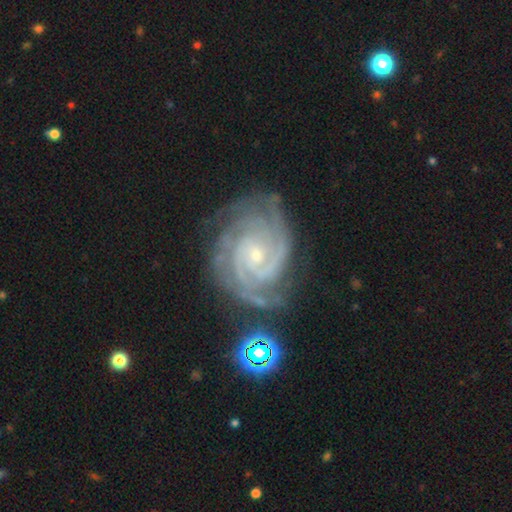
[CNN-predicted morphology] Q: Smooth or featured?
A: featured or disk (91%); runner-up: star or artifact (5%)
Q: Edge-on disk?
A: no (98%); runner-up: yes (2%)
Q: Bar?
A: no (67%); runner-up: weak (25%)
Q: Spiral arms?
A: yes (99%); runner-up: no (1%)
Q: Spiral winding?
A: tight (77%); runner-up: medium (20%)
Q: Spiral arm count?
A: 3 (28%); runner-up: 4 (24%)
Q: Bulge size?
A: small (77%); runner-up: moderate (20%)
Q: Merging?
A: none (72%); runner-up: minor disturbance (19%)